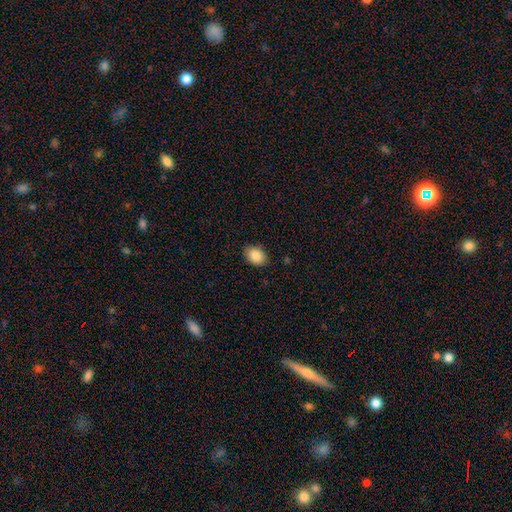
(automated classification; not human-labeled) Smooth or featured? smooth (88%)
How rounded? in between (69%)
Merging? none (85%)